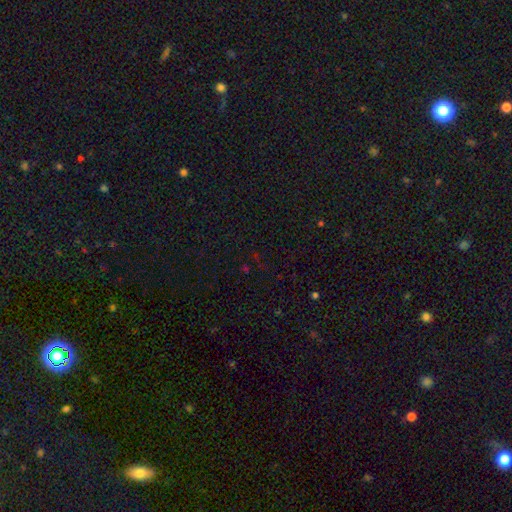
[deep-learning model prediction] Overall: star or artifact (66%).